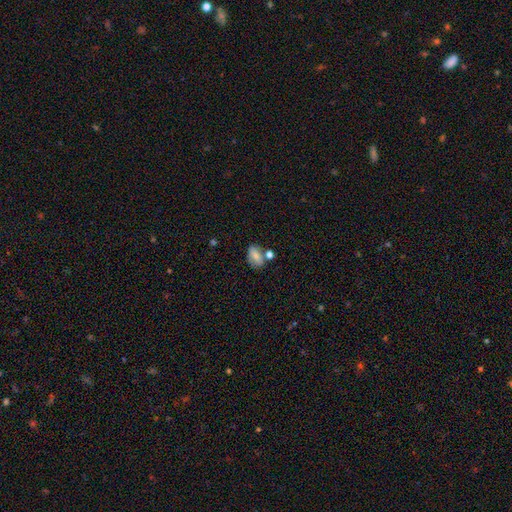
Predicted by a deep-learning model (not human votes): Q: Smooth or featured?
A: smooth (69%); runner-up: featured or disk (21%)
Q: How rounded?
A: in between (82%); runner-up: round (15%)
Q: Merging?
A: none (52%); runner-up: merger (22%)